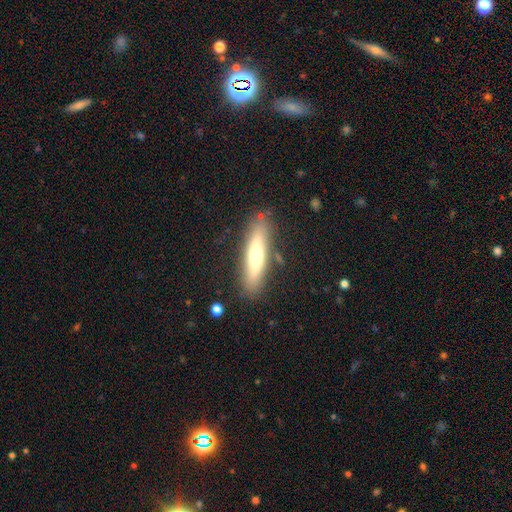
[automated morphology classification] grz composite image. It shows a smooth galaxy with no disk features (57%) that is cigar-shaped (76%). Merging: none (83%).